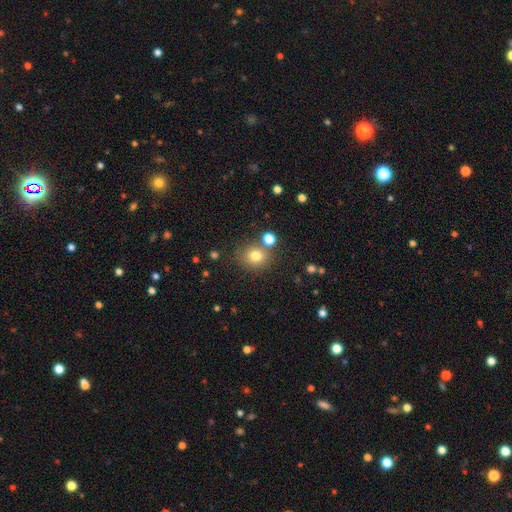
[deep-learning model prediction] Overall: smooth (78%). How rounded: round (80%). Merging: none (73%).